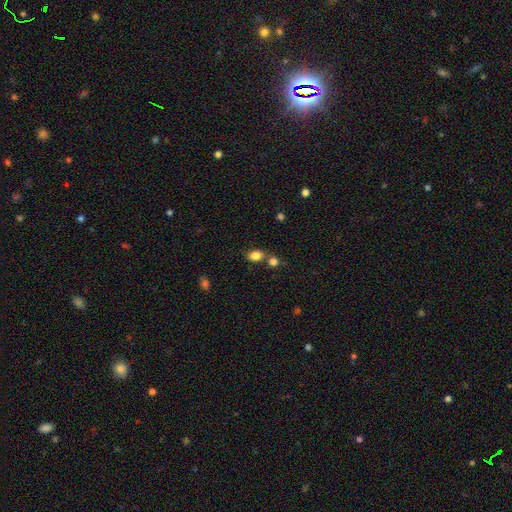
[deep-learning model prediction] Q: Smooth or featured?
A: smooth (84%); runner-up: star or artifact (10%)
Q: How rounded?
A: in between (78%); runner-up: round (21%)
Q: Merging?
A: none (63%); runner-up: merger (22%)